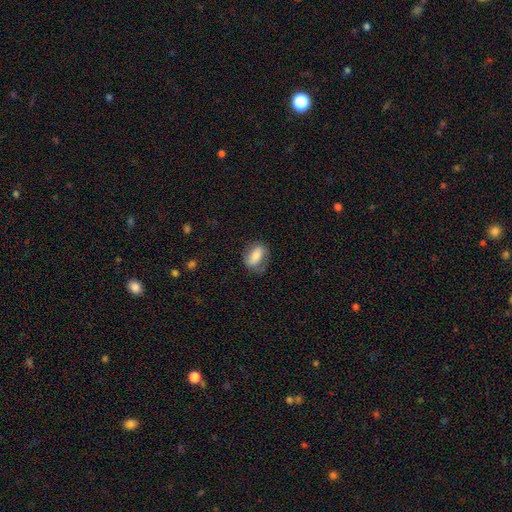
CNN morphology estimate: This is likely a smooth galaxy (66%). How rounded: clearly in between (82%). Merging: likely none (64%).